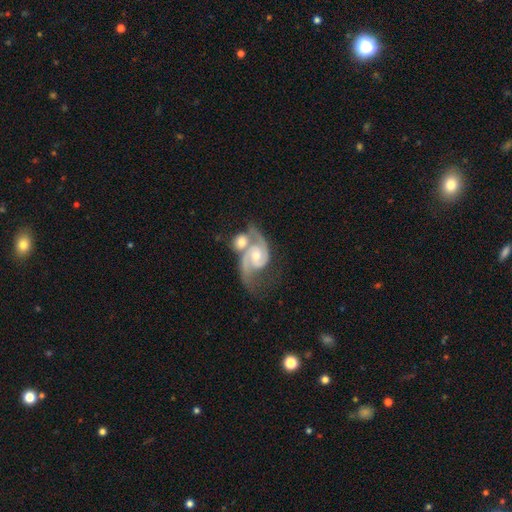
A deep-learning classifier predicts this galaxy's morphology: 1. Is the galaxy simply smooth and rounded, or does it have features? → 90% featured or disk, 6% smooth, 5% star or artifact.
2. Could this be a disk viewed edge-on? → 98% no, 2% yes.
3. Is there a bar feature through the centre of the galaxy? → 59% no, 33% weak, 9% strong.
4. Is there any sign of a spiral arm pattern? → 97% yes, 3% no.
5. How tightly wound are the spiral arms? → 54% medium, 23% loose, 23% tight.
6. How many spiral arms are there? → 88% 2, 5% 1, 3% can't tell, 2% 3, 1% 4, 1% more than 4.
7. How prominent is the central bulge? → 58% moderate, 34% small, 4% large, 2% none, 1% dominant.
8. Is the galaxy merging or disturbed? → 54% merger, 24% none, 11% major disturbance, 11% minor disturbance.